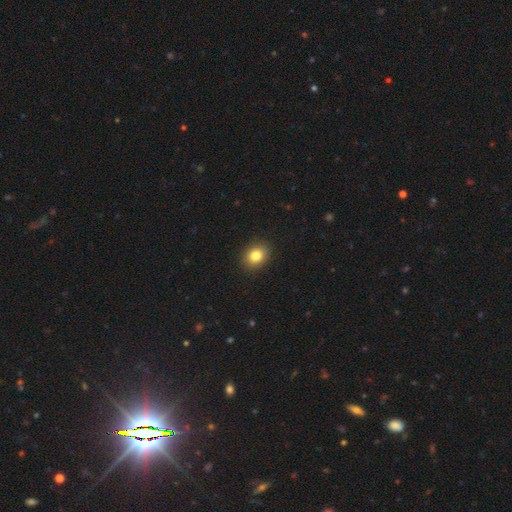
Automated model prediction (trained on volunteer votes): Smooth or featured? smooth (83%)
How rounded? in between (50%)
Merging? none (90%)